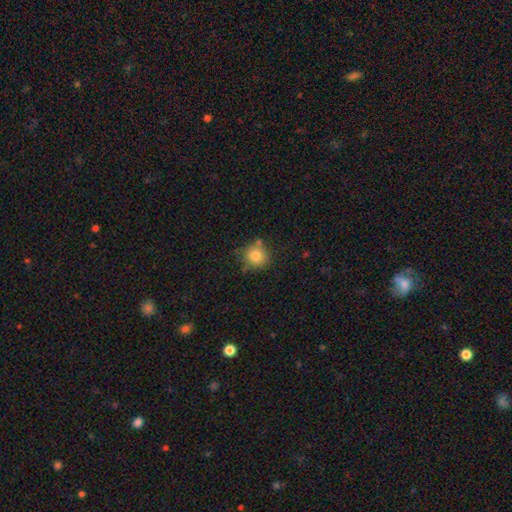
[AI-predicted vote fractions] Smooth or featured? smooth (79%)
How rounded? round (90%)
Merging? none (73%)